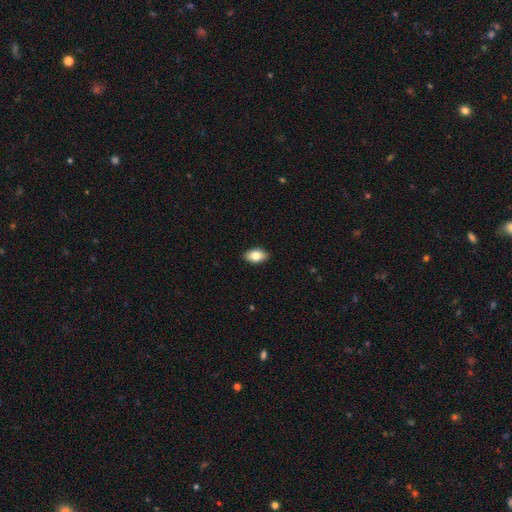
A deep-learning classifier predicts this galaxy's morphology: The model was most divided on "smooth or featured": smooth: 82%, featured or disk: 11%, star or artifact: 7%. More confident: how rounded — in between (90%); merging — none (90%).